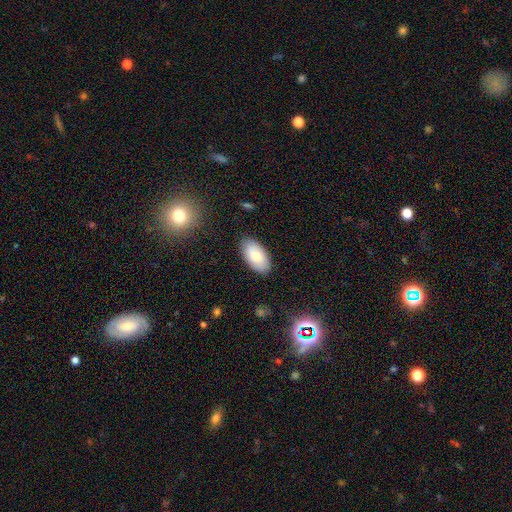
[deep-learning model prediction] smooth 81%, featured or disk 13%, star or artifact 6%. Down the decision tree: how rounded — in between (96%); merging — none (86%).